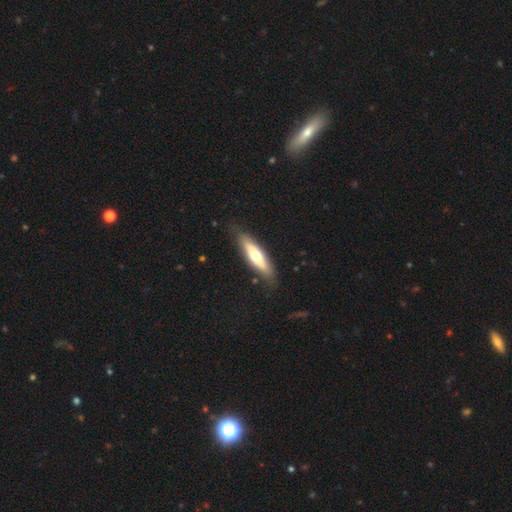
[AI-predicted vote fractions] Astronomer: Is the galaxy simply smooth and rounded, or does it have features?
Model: smooth — 53% (runner-up: featured or disk, 42%).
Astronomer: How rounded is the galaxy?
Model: cigar-shaped — 60% (runner-up: in between, 38%).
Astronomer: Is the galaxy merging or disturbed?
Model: none — 83%.